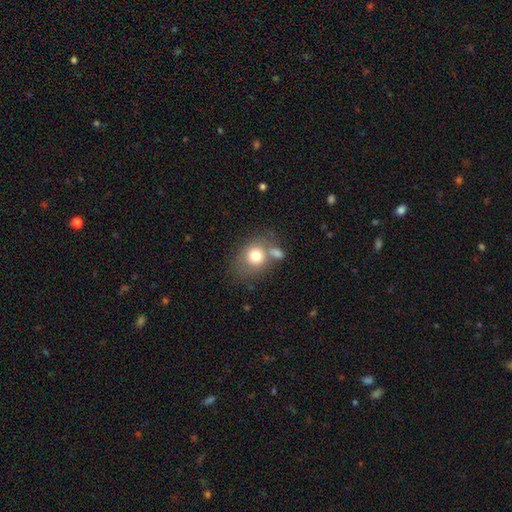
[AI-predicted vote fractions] Overall: smooth (75%). How rounded: round (58%; in between 41%). Merging: none (47%; merger 30%).